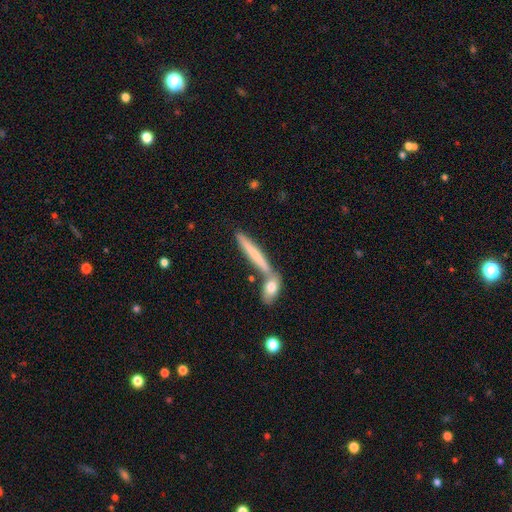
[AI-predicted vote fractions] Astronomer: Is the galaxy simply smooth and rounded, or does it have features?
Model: smooth — 59%.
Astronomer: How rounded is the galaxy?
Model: cigar-shaped — 92%.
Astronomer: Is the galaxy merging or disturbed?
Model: none — 62%.